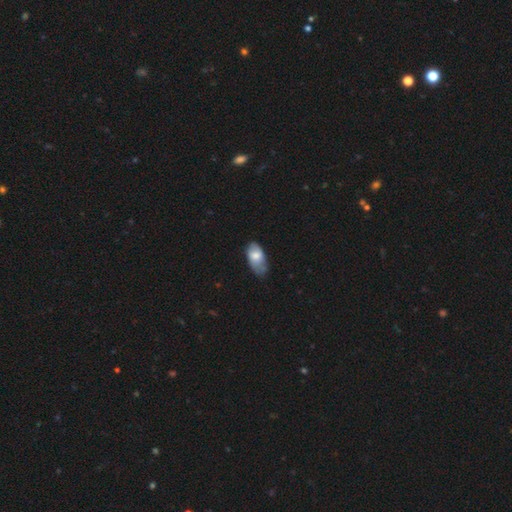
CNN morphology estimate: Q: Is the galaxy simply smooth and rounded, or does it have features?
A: smooth — 70%.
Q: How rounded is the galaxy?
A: in between — 93%.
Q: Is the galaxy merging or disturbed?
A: none — 49%.